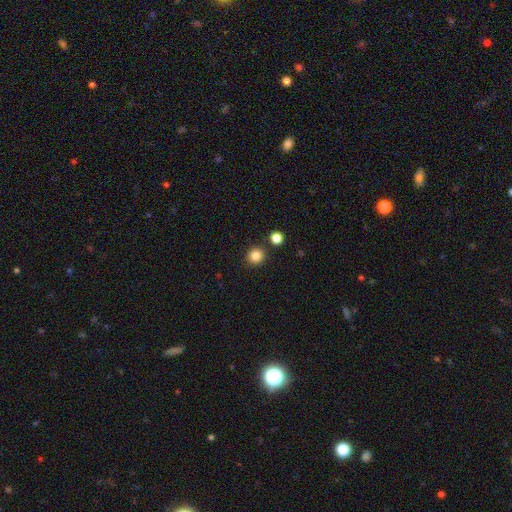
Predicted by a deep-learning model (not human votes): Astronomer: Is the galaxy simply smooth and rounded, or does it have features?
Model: smooth — 84%.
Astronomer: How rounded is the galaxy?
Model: round — 92%.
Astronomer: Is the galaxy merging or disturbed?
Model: none — 87%.